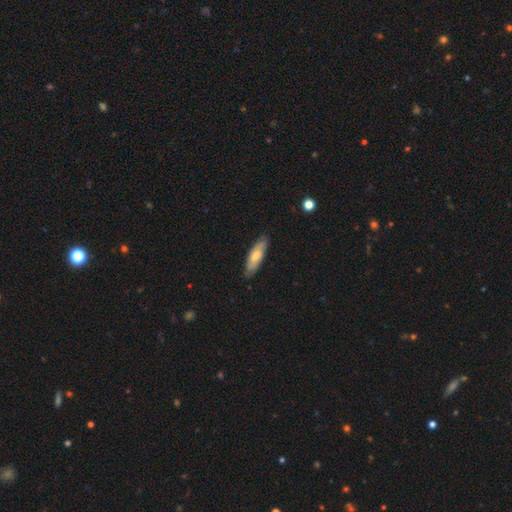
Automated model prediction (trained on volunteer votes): Morphology: type=smooth (62%); roundness=cigar-shaped (51%); merging=none (84%).